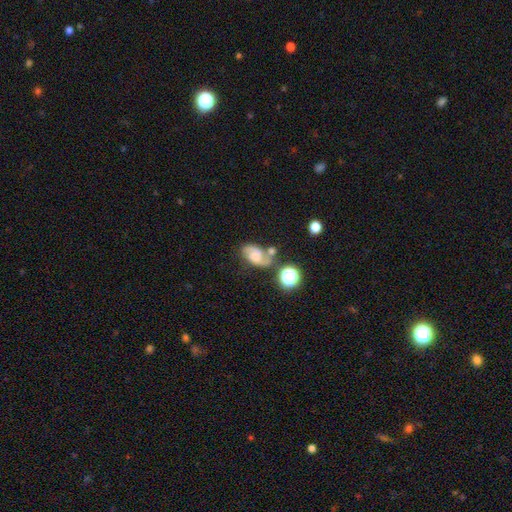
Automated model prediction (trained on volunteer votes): smooth_or_featured: featured or disk (p=0.63) [alt: smooth p=0.25]
disk_edge_on: no (p=0.97) [alt: yes p=0.03]
bar: no (p=0.61) [alt: weak p=0.32]
has_spiral_arms: yes (p=0.91) [alt: no p=0.09]
spiral_winding: medium (p=0.49) [alt: loose p=0.33]
spiral_arm_count: 2 (p=0.87) [alt: can't tell p=0.05]
bulge_size: none (p=0.32) [alt: small p=0.25]
merging: none (p=0.44) [alt: merger p=0.24]